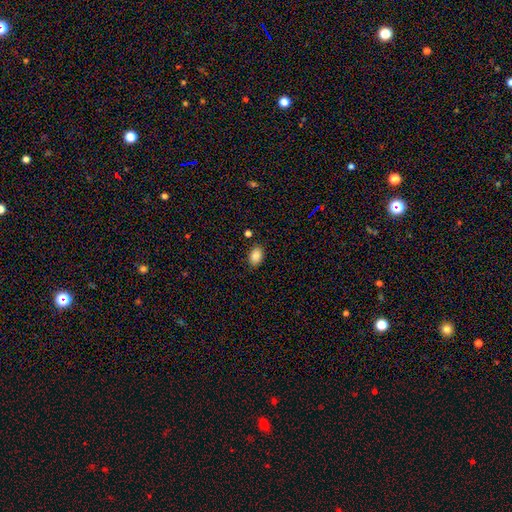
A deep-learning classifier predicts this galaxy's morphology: Smooth or featured: smooth — 86% (star or artifact — 8%)
How rounded: in between — 85% (round — 13%)
Merging: none — 86% (minor disturbance — 9%)